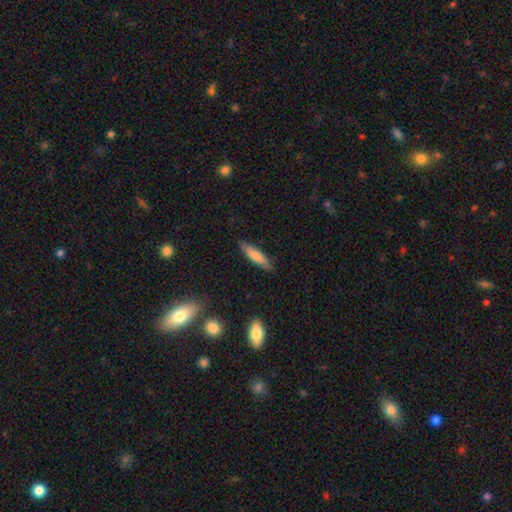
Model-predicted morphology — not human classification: A smooth galaxy with no disk features (75%) that is cigar-shaped (78%).

Vote fractions:
- Smooth or featured? smooth: 75% / featured or disk: 19% / star or artifact: 6%
- How rounded? cigar-shaped: 78% / in between: 20% / round: 1%
- Merging? none: 86% / minor disturbance: 11% / major disturbance: 2% / merger: 1%